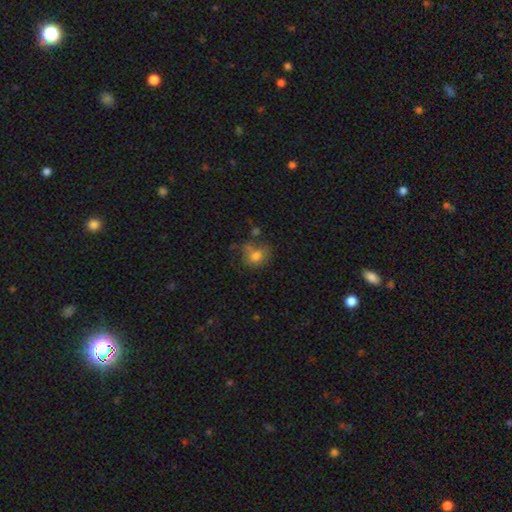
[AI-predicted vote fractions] A smooth galaxy with no disk features (74%) that is round (65%).

Vote fractions:
- Smooth or featured? smooth: 74% / featured or disk: 16% / star or artifact: 11%
- How rounded? round: 65% / in between: 35% / cigar-shaped: 1%
- Merging? none: 48% / minor disturbance: 25% / major disturbance: 14% / merger: 12%